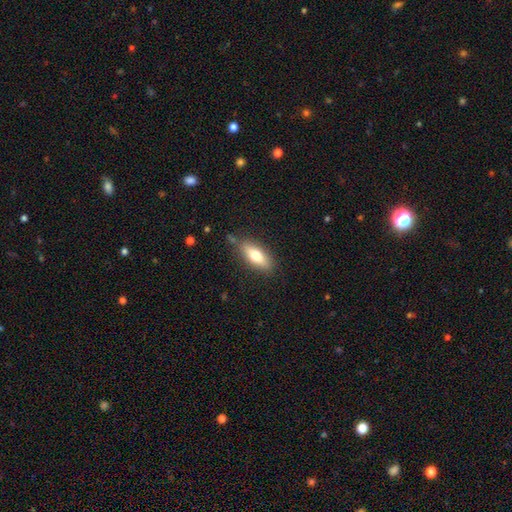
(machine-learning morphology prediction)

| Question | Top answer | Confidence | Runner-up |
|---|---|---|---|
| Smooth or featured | smooth | 69% | featured or disk (25%) |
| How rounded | in between | 70% | cigar-shaped (27%) |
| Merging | none | 77% | minor disturbance (16%) |